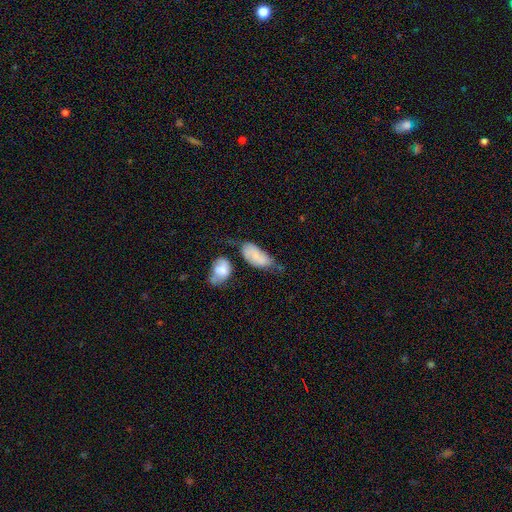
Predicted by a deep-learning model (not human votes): Smooth or featured: smooth — 64% (featured or disk — 28%)
How rounded: in between — 90% (cigar-shaped — 6%)
Merging: none — 32% (tied with minor disturbance — 32%)